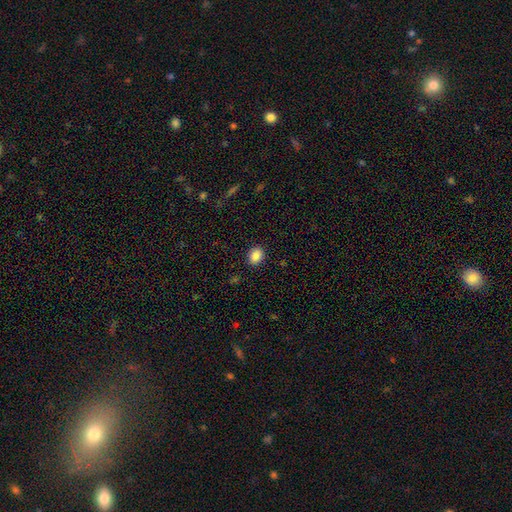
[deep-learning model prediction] This appears to be a smooth galaxy with no disk features (87%) that is in between round and cigar-shaped (50%). Merging: none (89%).